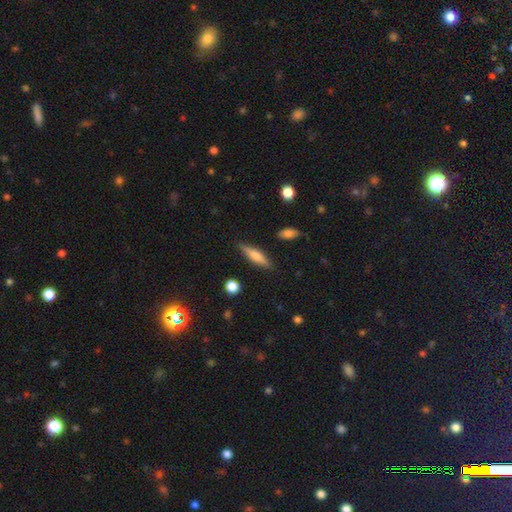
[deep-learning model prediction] Morphology: type=smooth (57%); roundness=cigar-shaped (74%); merging=none (86%).